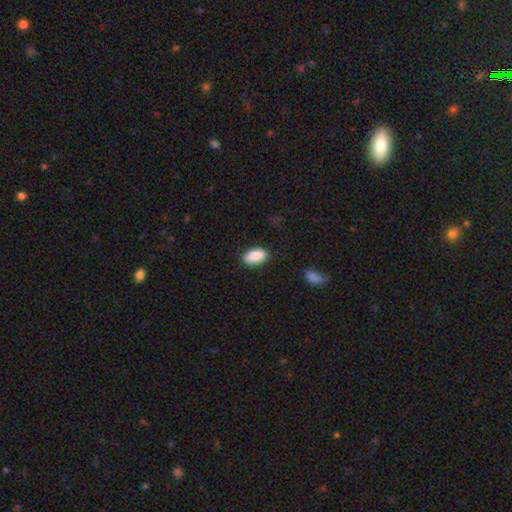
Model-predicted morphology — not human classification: Smooth or featured? Predicted: smooth (p=0.89). How rounded? Predicted: in between (p=0.93). Merging? Predicted: none (p=0.83).